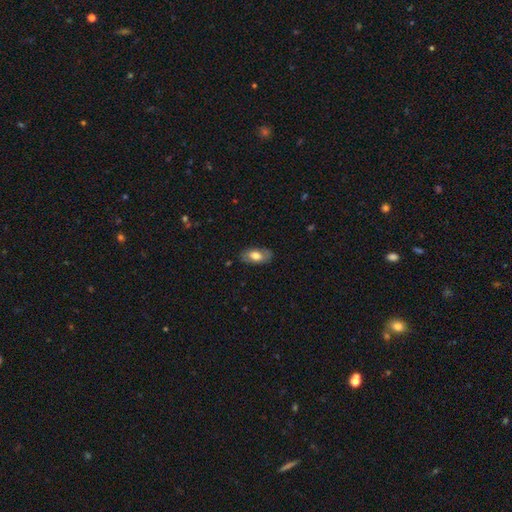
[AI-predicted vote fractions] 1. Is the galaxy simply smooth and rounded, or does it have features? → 62% smooth, 32% featured or disk, 6% star or artifact.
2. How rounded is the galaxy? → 91% in between, 5% round, 4% cigar-shaped.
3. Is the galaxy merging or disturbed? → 80% none, 15% minor disturbance, 4% major disturbance, 1% merger.